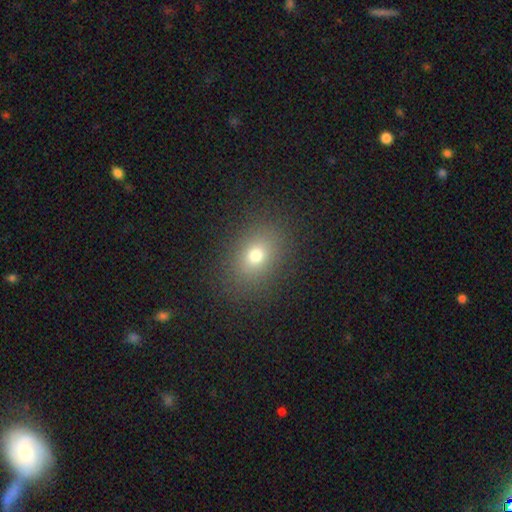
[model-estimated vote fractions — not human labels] Smooth or featured? smooth (74%)
How rounded? in between (63%)
Merging? none (86%)